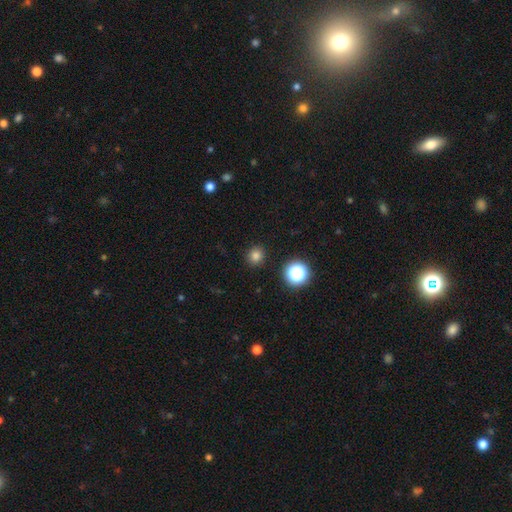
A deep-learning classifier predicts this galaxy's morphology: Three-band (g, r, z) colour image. It shows a smooth galaxy with no disk features (80%) that is round (90%). Merging: none (91%).